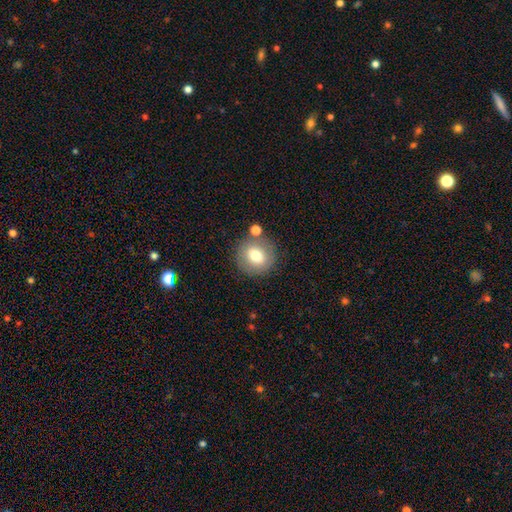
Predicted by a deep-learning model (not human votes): Morphology: type=smooth (72%); roundness=round (89%); merging=none (77%).